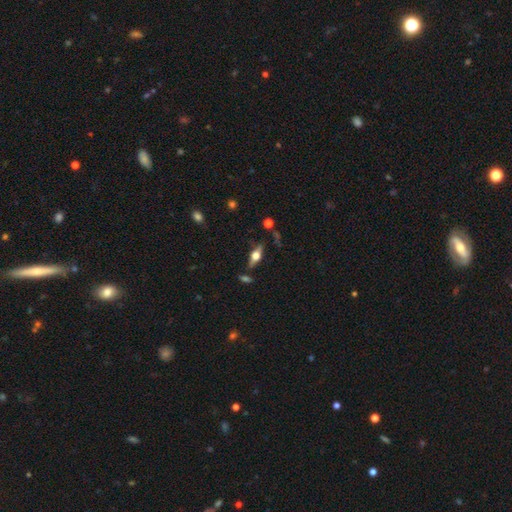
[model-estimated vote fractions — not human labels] Smooth or featured? featured or disk (60%)
Edge-on disk? yes (91%)
Edge-on bulge? rounded (93%)
Merging? none (75%)